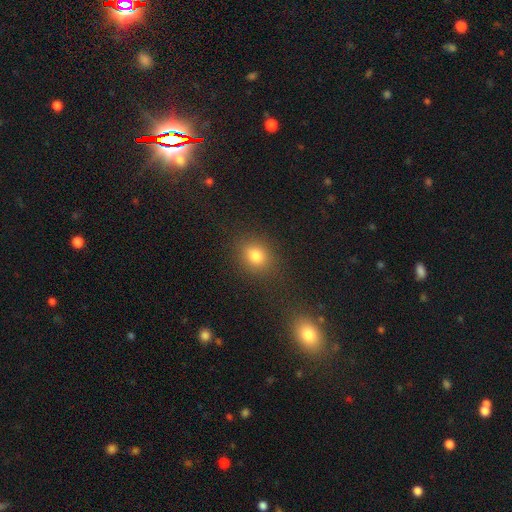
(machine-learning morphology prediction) Smooth or featured: smooth — 80% (star or artifact — 13%)
How rounded: round — 57% (in between — 42%)
Merging: none — 81% (minor disturbance — 11%)